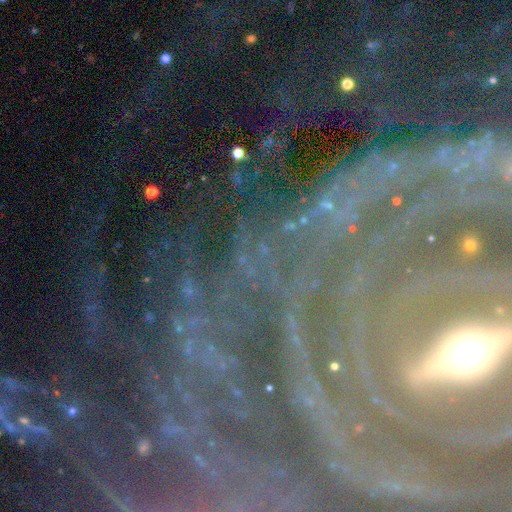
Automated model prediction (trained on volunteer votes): This is likely a featured or disk galaxy (79%). It is clearly not viewed edge-on (88%). Bar: likely strong (61%). Spiral arm pattern: clearly yes (94%). Spiral arm count: marginally can't tell (25%). Spiral winding: clearly tight (82%). Central bulge: possibly moderate (46%). Merging: likely none (76%).